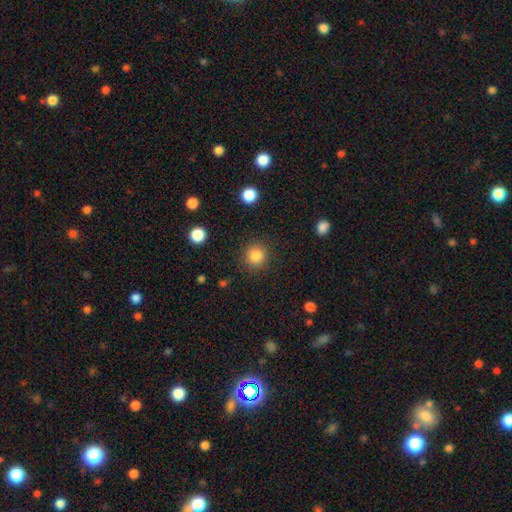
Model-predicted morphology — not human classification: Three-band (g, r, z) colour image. It shows a smooth galaxy with no disk features (85%) that is round (93%). Merging: none (89%).